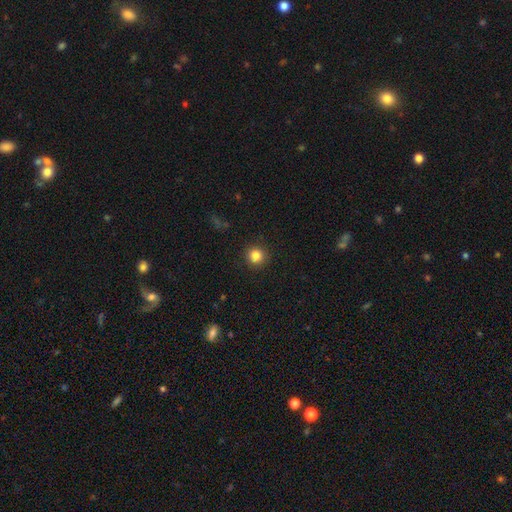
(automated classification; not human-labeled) smooth 84%, star or artifact 11%, featured or disk 5%. Down the decision tree: how rounded — round (93%); merging — none (91%).